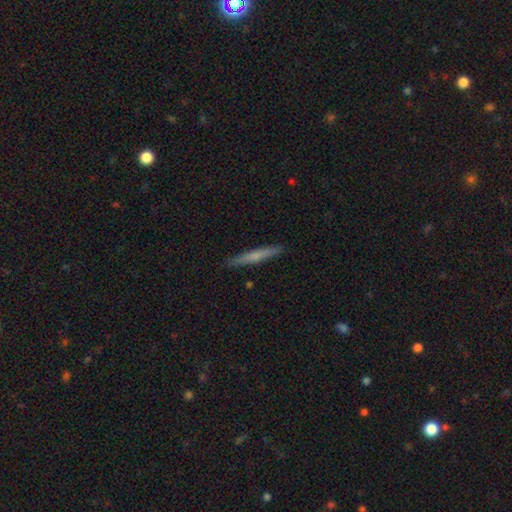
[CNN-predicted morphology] smooth 57%, featured or disk 37%, star or artifact 6%. Down the decision tree: how rounded — cigar-shaped (95%); merging — none (90%).